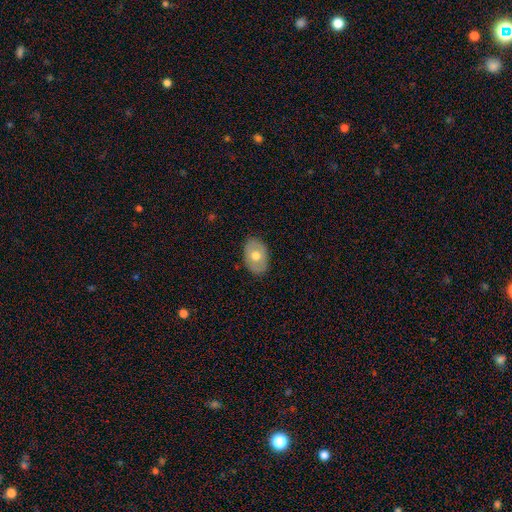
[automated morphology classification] A smooth galaxy with no disk features (59%) that is in between round and cigar-shaped (84%).

Vote fractions:
- Smooth or featured? smooth: 59% / featured or disk: 35% / star or artifact: 6%
- How rounded? in between: 84% / round: 15% / cigar-shaped: 1%
- Merging? none: 85% / minor disturbance: 12% / major disturbance: 2% / merger: 1%